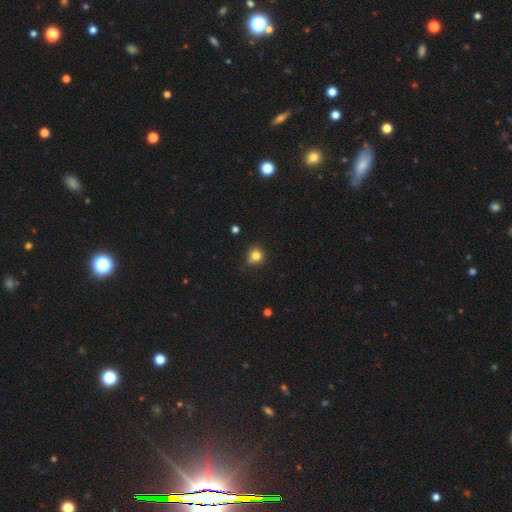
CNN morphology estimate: This appears to be a smooth galaxy with no disk features (81%) that is round (86%). Merging: none (68%).